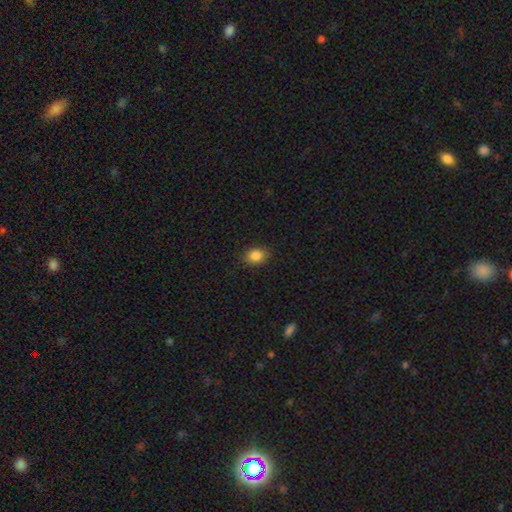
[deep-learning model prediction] Q: Smooth or featured?
A: smooth (85%); runner-up: star or artifact (10%)
Q: How rounded?
A: in between (54%); runner-up: round (45%)
Q: Merging?
A: none (85%); runner-up: minor disturbance (11%)